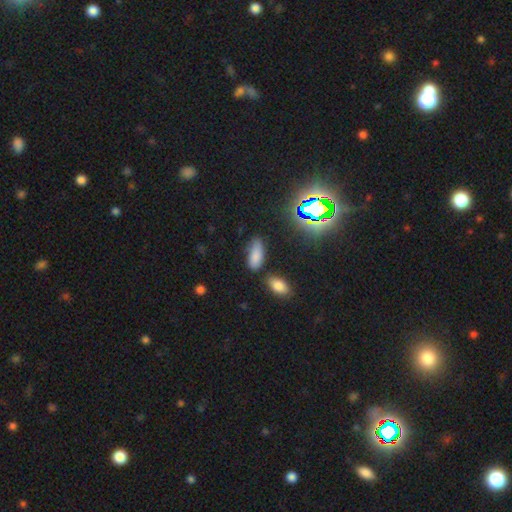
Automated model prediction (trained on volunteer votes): The model was most divided on "merging": none: 66%, minor disturbance: 20%, merger: 7%, major disturbance: 6%. More confident: how rounded — in between (85%); smooth or featured — smooth (75%).